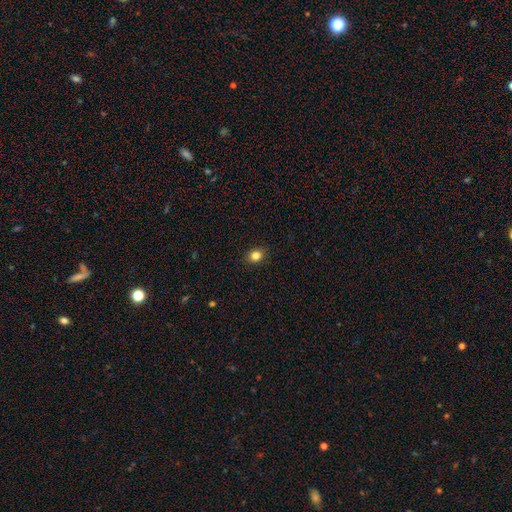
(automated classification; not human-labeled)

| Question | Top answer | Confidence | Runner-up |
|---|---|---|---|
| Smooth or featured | smooth | 84% | star or artifact (11%) |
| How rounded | round | 59% | in between (40%) |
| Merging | none | 91% | minor disturbance (7%) |